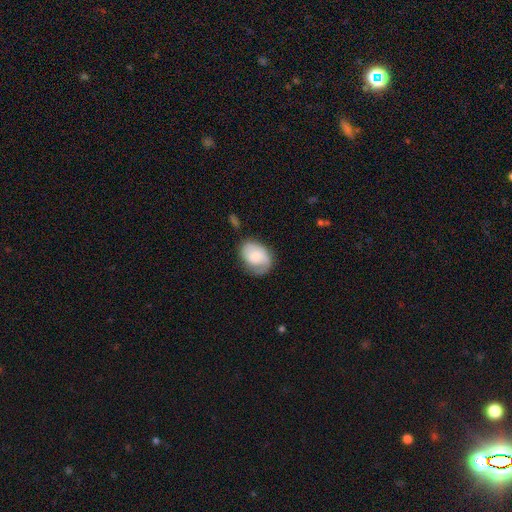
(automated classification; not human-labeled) Smooth or featured? smooth (53%)
How rounded? in between (71%)
Merging? none (60%)